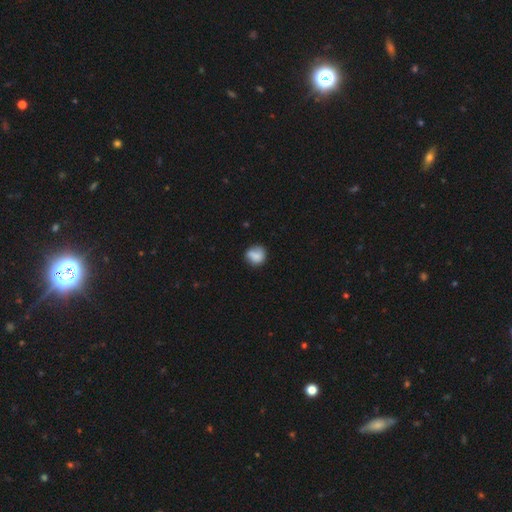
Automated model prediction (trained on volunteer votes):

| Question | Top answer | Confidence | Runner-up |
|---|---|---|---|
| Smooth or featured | smooth | 81% | featured or disk (11%) |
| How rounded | round | 83% | in between (16%) |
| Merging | none | 69% | minor disturbance (23%) |